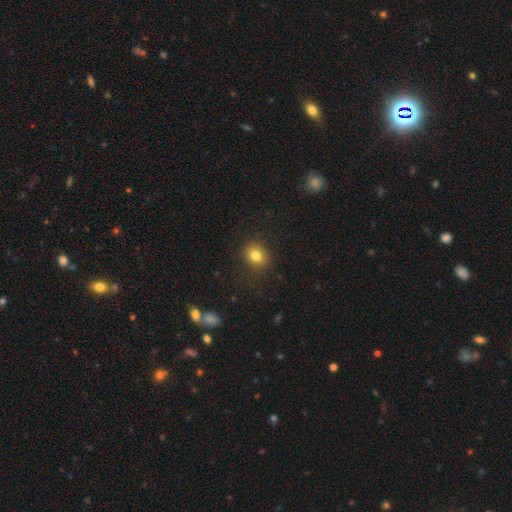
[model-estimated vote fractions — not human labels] A smooth galaxy with no disk features (81%) that is round (74%). Merging: none (87%).